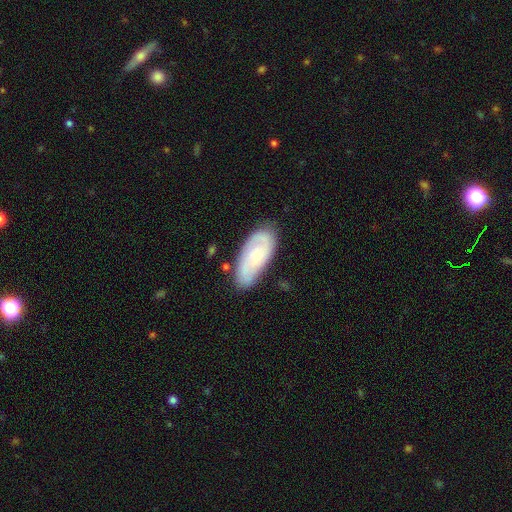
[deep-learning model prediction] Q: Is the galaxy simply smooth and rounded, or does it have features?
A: featured or disk — 57%.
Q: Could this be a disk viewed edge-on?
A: no — 92%.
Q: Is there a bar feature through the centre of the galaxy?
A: no — 72%.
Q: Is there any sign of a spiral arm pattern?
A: yes — 83%.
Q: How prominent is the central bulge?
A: small — 62%.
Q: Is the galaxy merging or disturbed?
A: none — 74%.